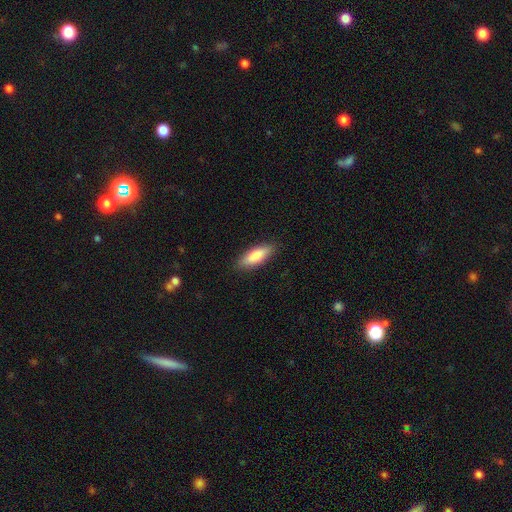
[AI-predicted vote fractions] Smooth or featured?
  - smooth: 83% *
  - featured or disk: 12%
  - star or artifact: 6%
How rounded?
  - in between: 62% *
  - cigar-shaped: 36%
  - round: 2%
Merging?
  - none: 87% *
  - minor disturbance: 10%
  - major disturbance: 2%
  - merger: 1%